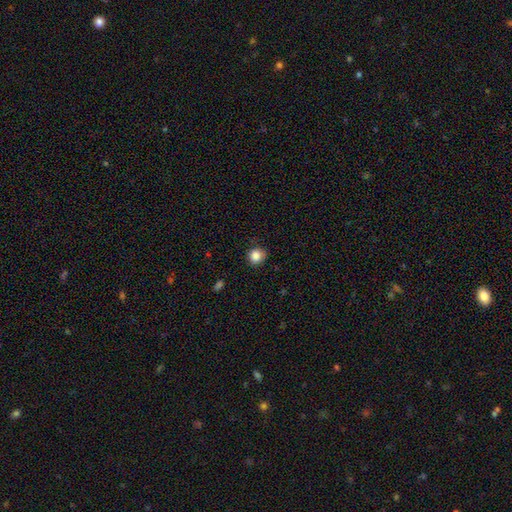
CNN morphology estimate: A smooth galaxy with no disk features (85%) that is round (87%). Merging: none (85%).